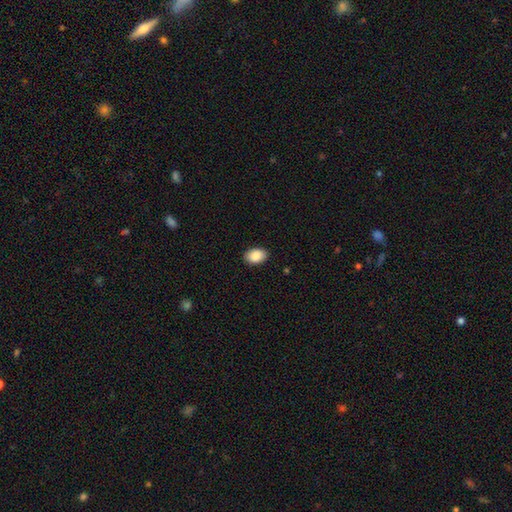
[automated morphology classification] This appears to be a smooth galaxy with no disk features (88%) that is in between round and cigar-shaped (87%). Merging: none (90%).